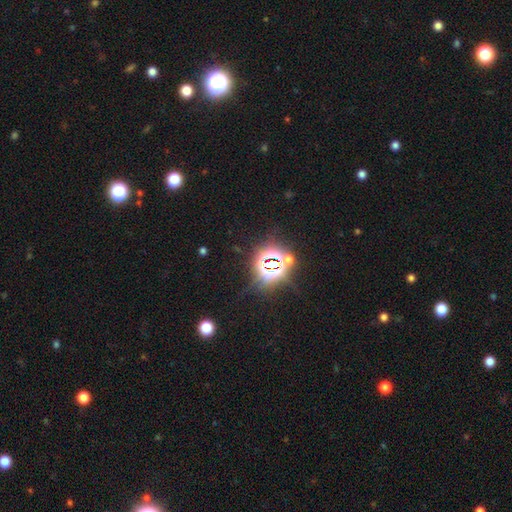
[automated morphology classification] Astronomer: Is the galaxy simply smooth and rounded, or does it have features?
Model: star or artifact — 82%.